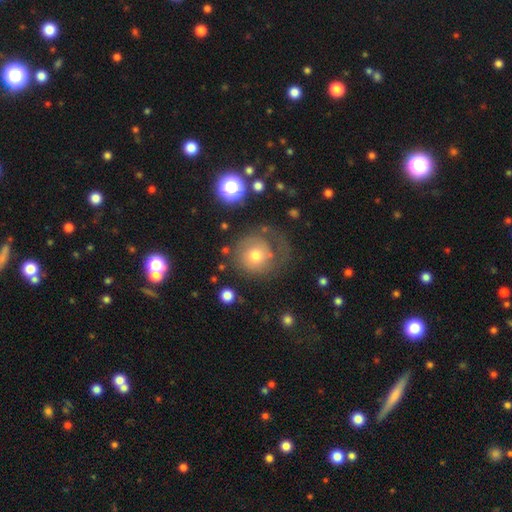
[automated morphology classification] A smooth galaxy with no disk features (49%).

Vote fractions:
- Smooth or featured? smooth: 49% / featured or disk: 40% / star or artifact: 10%
- Merging? none: 50% / major disturbance: 29% / minor disturbance: 19% / merger: 3%